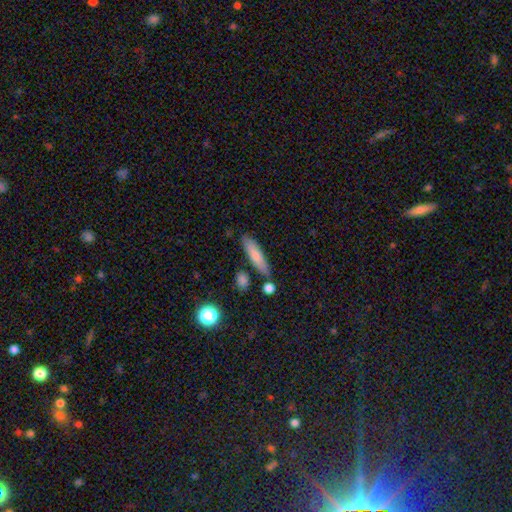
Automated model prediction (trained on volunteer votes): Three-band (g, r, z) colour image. It shows a smooth galaxy with no disk features (75%) that is cigar-shaped (73%). Merging: none (77%).